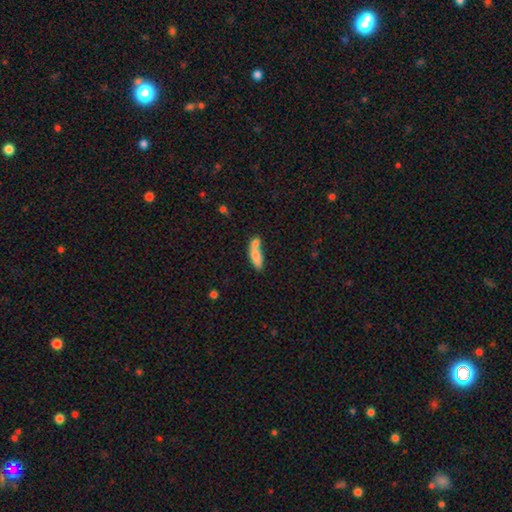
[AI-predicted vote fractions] The model was most divided on "merging": merger: 51%, none: 32%, minor disturbance: 12%, major disturbance: 6%. More confident: smooth or featured — smooth (75%); how rounded — in between (62%).